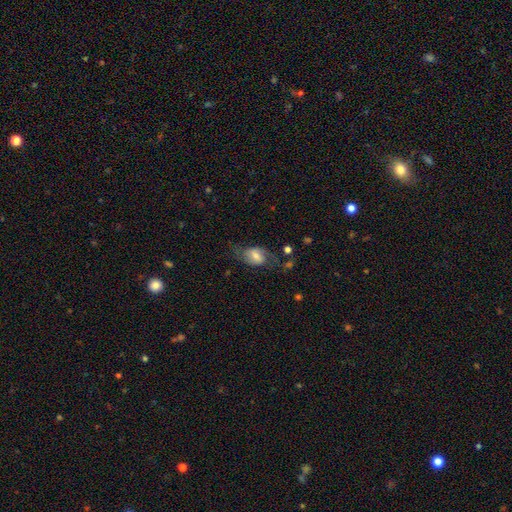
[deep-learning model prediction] A smooth galaxy with no disk features (49%).

Vote fractions:
- Smooth or featured? smooth: 49% / featured or disk: 43% / star or artifact: 8%
- Merging? none: 52% / minor disturbance: 24% / major disturbance: 21% / merger: 3%